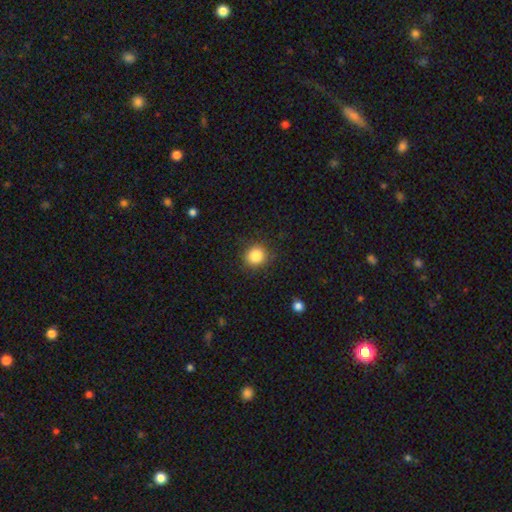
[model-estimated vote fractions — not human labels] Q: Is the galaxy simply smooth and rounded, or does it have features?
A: smooth — 85%.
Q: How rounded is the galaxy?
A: round — 88%.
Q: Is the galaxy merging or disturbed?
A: none — 86%.